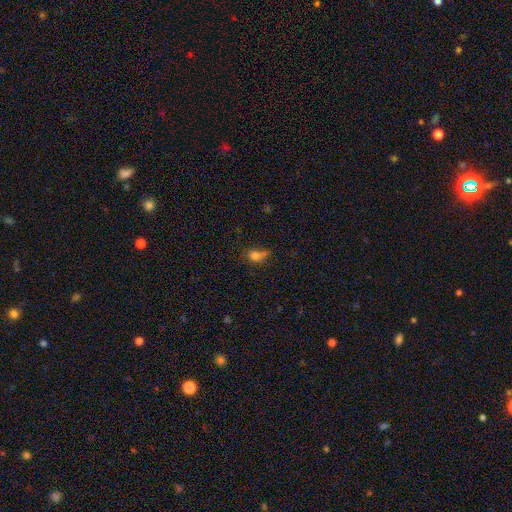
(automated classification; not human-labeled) A smooth galaxy with no disk features (71%) that is in between round and cigar-shaped (60%).

Vote fractions:
- Smooth or featured? smooth: 71% / star or artifact: 17% / featured or disk: 12%
- How rounded? in between: 60% / round: 36% / cigar-shaped: 4%
- Merging? none: 39% / minor disturbance: 28% / major disturbance: 17% / merger: 15%